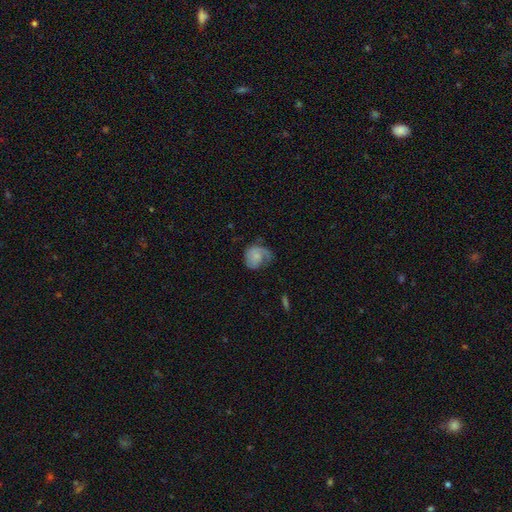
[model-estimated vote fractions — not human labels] Overall: featured or disk (47%; smooth 45%). Merging: none (44%; minor disturbance 28%).